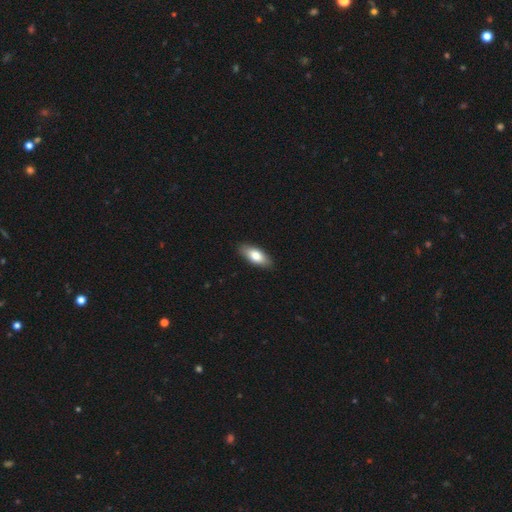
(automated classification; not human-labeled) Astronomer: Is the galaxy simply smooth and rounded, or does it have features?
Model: smooth — 78%.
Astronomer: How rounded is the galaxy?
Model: in between — 83%.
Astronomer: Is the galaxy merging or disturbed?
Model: none — 88%.